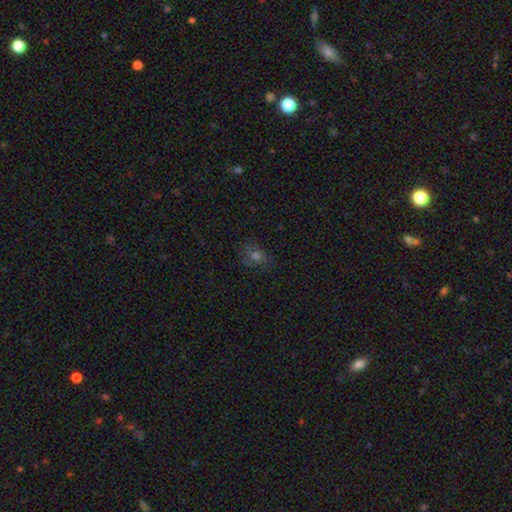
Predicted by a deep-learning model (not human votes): Smooth or featured? Predicted: smooth (p=0.53). How rounded? Predicted: round (p=0.59). Merging? Predicted: none (p=0.75).